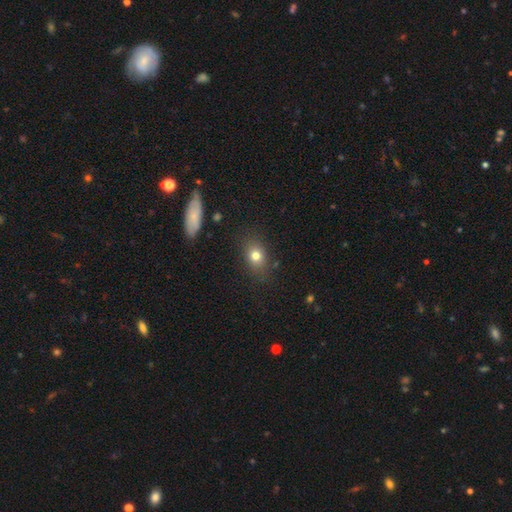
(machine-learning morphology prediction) A smooth galaxy with no disk features (77%) that is in between round and cigar-shaped (63%).

Vote fractions:
- Smooth or featured? smooth: 77% / star or artifact: 12% / featured or disk: 11%
- How rounded? in between: 63% / round: 35% / cigar-shaped: 2%
- Merging? none: 81% / minor disturbance: 13% / major disturbance: 4% / merger: 2%